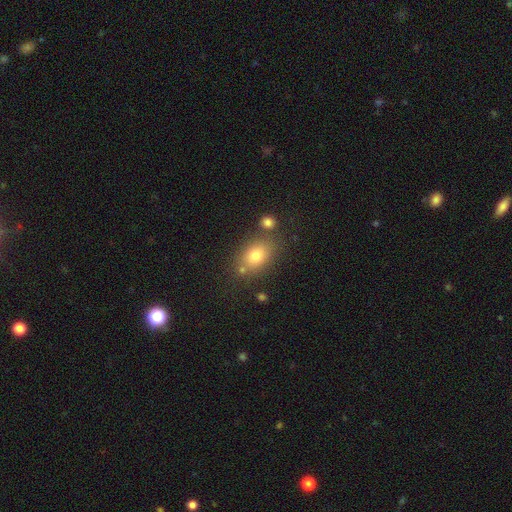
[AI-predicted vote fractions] The model was most divided on "how rounded": in between: 72%, round: 26%, cigar-shaped: 2%. More confident: smooth or featured — smooth (75%); merging — none (71%).